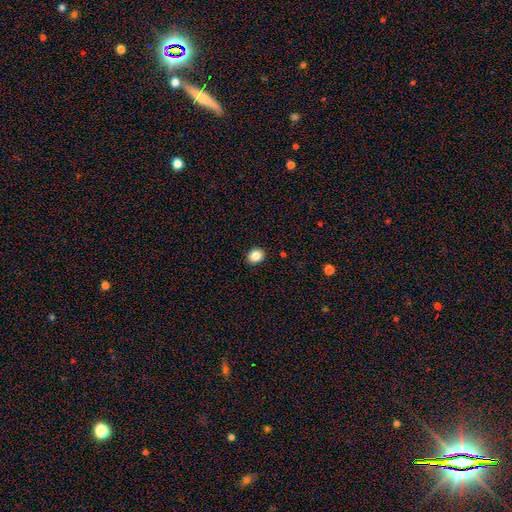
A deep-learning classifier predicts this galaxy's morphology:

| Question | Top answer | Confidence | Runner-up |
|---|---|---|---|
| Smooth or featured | smooth | 85% | star or artifact (10%) |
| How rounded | round | 64% | in between (35%) |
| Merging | none | 92% | minor disturbance (6%) |